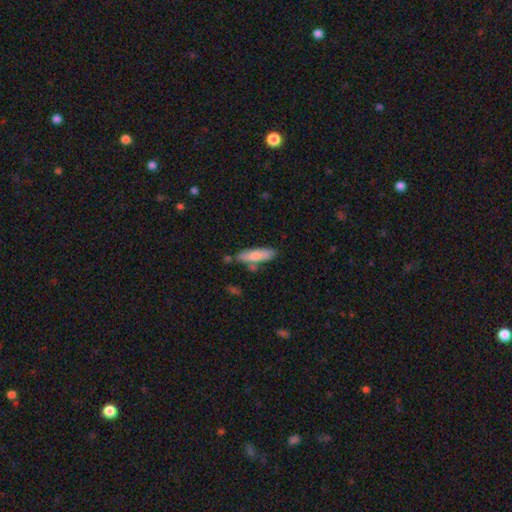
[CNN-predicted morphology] This is likely a smooth galaxy (74%). How rounded: possibly cigar-shaped (58%). Merging: likely none (65%).